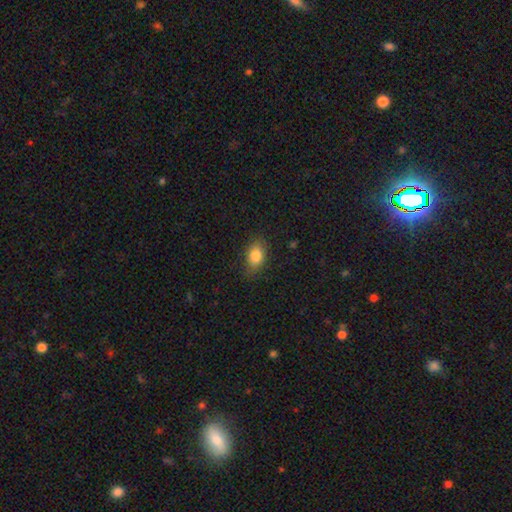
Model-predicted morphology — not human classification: A smooth galaxy with no disk features (82%) that is in between round and cigar-shaped (80%).

Vote fractions:
- Smooth or featured? smooth: 82% / featured or disk: 9% / star or artifact: 9%
- How rounded? in between: 80% / round: 18% / cigar-shaped: 2%
- Merging? none: 75% / minor disturbance: 19% / major disturbance: 4% / merger: 1%